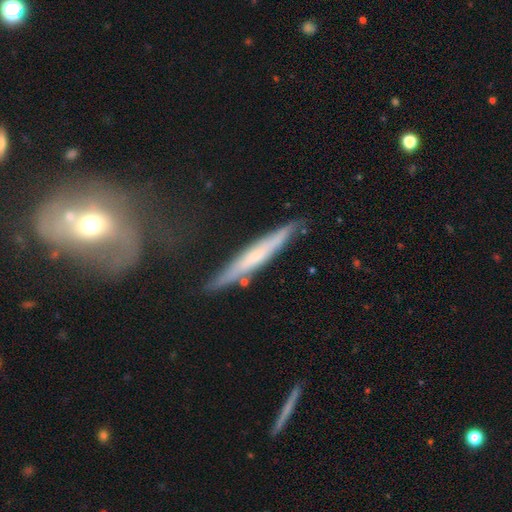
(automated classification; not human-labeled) A featured or disk galaxy (53%) viewed edge-on (91%).

Vote fractions:
- Smooth or featured? featured or disk: 53% / smooth: 40% / star or artifact: 7%
- Edge-on disk? yes: 91% / no: 9%
- Merging? none: 81% / minor disturbance: 13% / merger: 3% / major disturbance: 2%